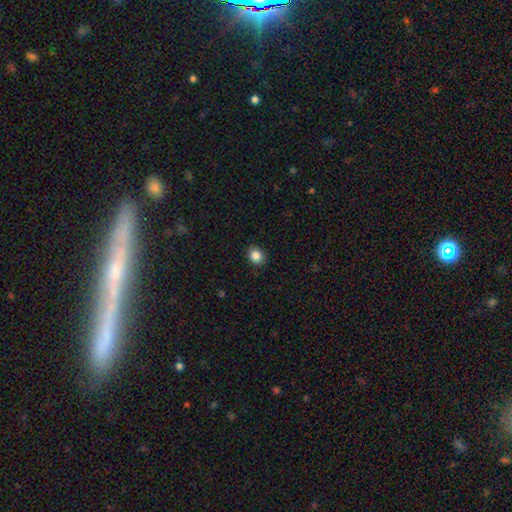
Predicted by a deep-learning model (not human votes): The model was most divided on "how rounded": round: 65%, in between: 34%, cigar-shaped: 1%. More confident: merging — none (90%); smooth or featured — smooth (86%).